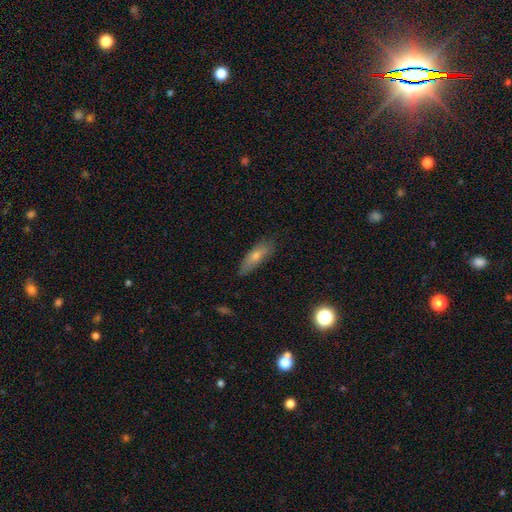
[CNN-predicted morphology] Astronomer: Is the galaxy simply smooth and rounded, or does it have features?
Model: smooth — 62%.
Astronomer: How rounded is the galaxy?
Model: cigar-shaped — 52% (runner-up: in between, 44%).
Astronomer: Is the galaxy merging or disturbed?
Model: none — 79%.